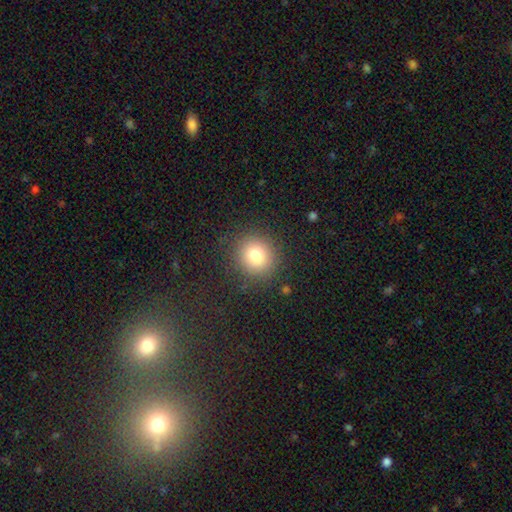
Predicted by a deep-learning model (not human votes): smooth-or-featured: smooth: 79% | star or artifact: 12% | featured or disk: 9%
  how-rounded: round: 89% | in between: 10% | cigar-shaped: 1%
  merging: none: 87% | minor disturbance: 8% | major disturbance: 4% | merger: 1%